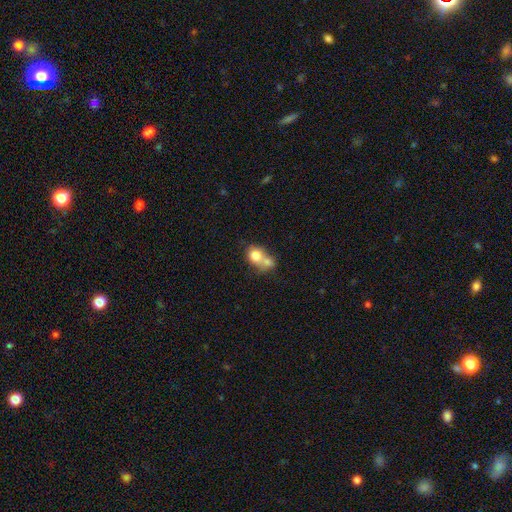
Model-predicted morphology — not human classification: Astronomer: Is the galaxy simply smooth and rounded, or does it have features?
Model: smooth — 73%.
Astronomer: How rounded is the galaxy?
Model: round — 63%.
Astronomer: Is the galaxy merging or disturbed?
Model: merger — 65%.